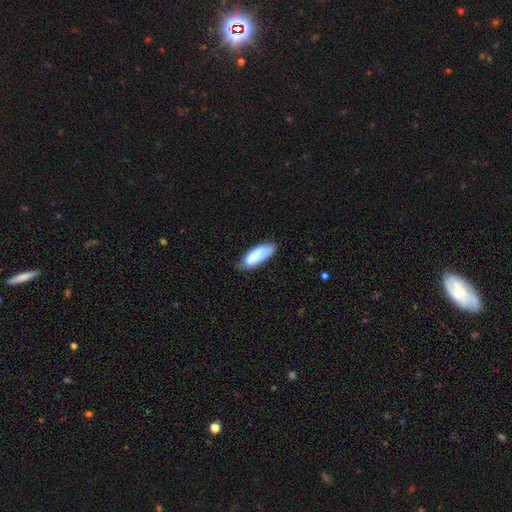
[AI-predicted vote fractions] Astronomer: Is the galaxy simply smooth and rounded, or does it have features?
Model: smooth — 75%.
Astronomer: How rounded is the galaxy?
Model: in between — 65%.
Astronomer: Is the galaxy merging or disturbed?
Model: none — 64%.